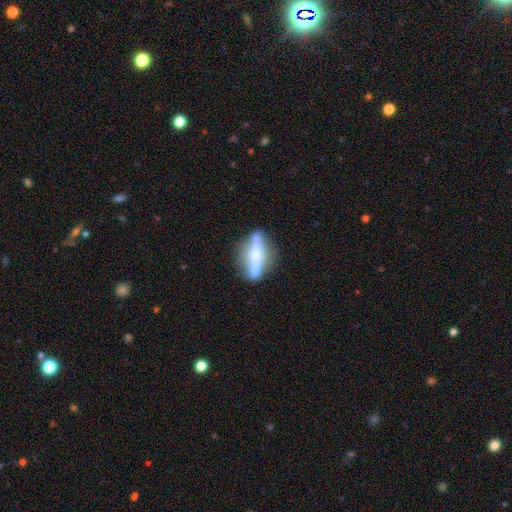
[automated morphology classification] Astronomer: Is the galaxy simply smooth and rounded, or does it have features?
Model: featured or disk — 67%.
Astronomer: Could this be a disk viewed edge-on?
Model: yes — 84%.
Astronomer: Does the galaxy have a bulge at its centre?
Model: rounded — 80%.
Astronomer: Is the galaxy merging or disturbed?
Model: none — 76%.